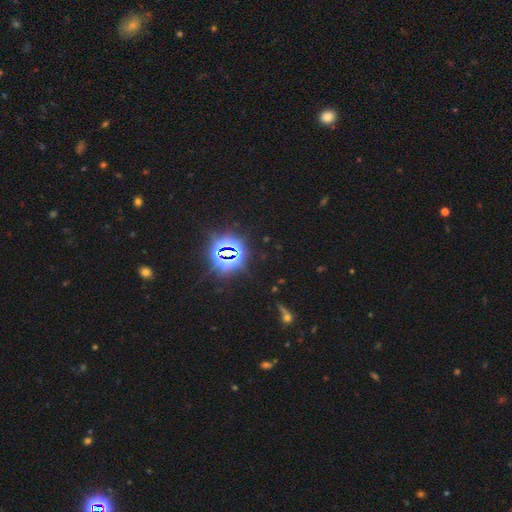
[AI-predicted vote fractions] Smooth or featured? star or artifact (82%)